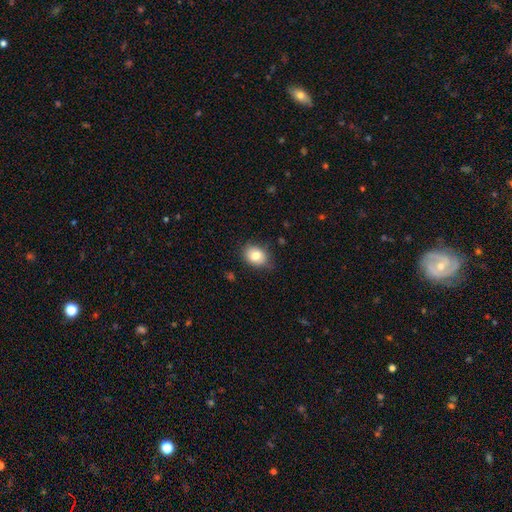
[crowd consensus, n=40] A smooth galaxy with no disk features (70%) that is in between round and cigar-shaped (64%).

Vote fractions:
- Smooth or featured? smooth: 70% / featured or disk: 22% / star or artifact: 8%
- How rounded? in between: 64% / round: 36% / cigar-shaped: 0%
- Merging? none: 70% / minor disturbance: 22% / major disturbance: 5% / merger: 3%